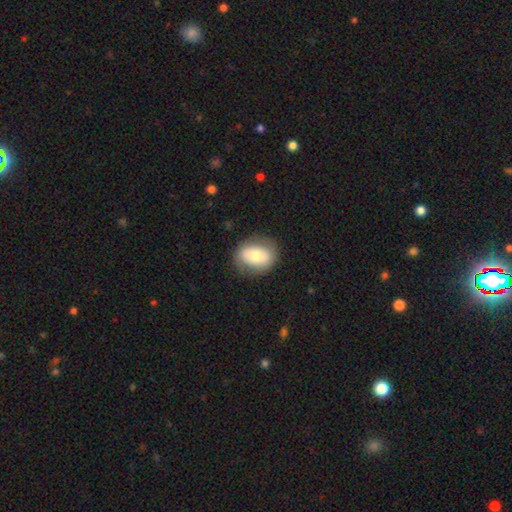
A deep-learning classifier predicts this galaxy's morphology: smooth_or_featured: smooth (p=0.66) [alt: featured or disk p=0.26]
how_rounded: in between (p=0.64) [alt: round p=0.35]
merging: none (p=0.79) [alt: minor disturbance p=0.14]